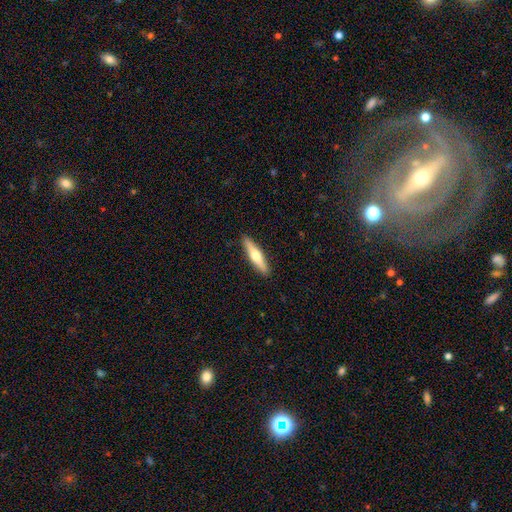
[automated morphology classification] Overall: smooth (52%; featured or disk 42%). How rounded: cigar-shaped (82%). Merging: none (91%).